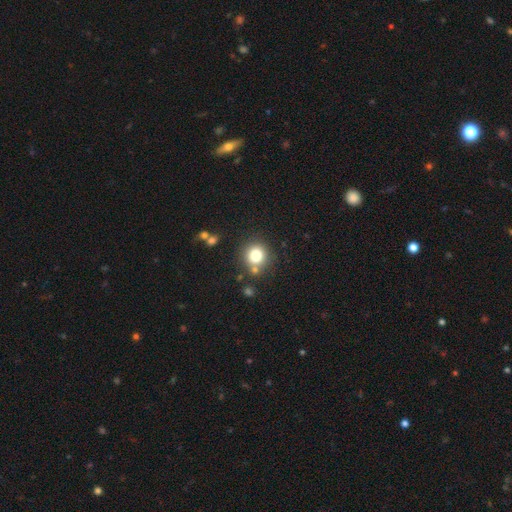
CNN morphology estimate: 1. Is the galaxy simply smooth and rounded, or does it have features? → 79% smooth, 12% star or artifact, 9% featured or disk.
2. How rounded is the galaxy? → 90% round, 9% in between, 1% cigar-shaped.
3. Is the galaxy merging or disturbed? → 76% none, 10% merger, 10% minor disturbance, 4% major disturbance.